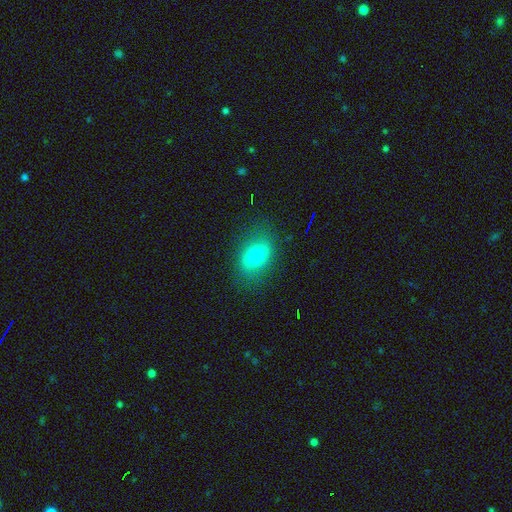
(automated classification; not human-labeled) A smooth galaxy with no disk features (72%) that is in between round and cigar-shaped (74%). Merging: none (79%).